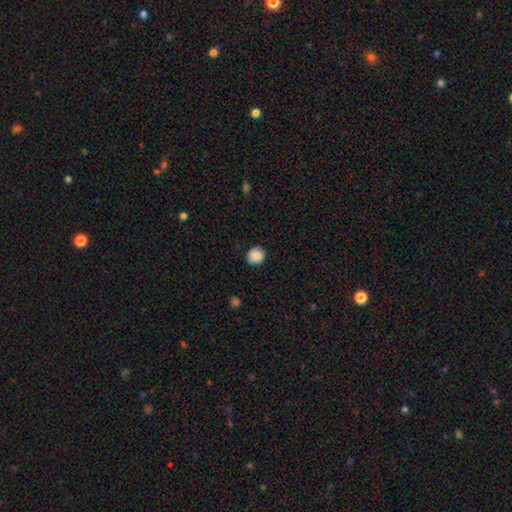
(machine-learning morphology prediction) The model was most divided on "how rounded": round: 86%, in between: 13%, cigar-shaped: 1%. More confident: merging — none (89%); smooth or featured — smooth (88%).